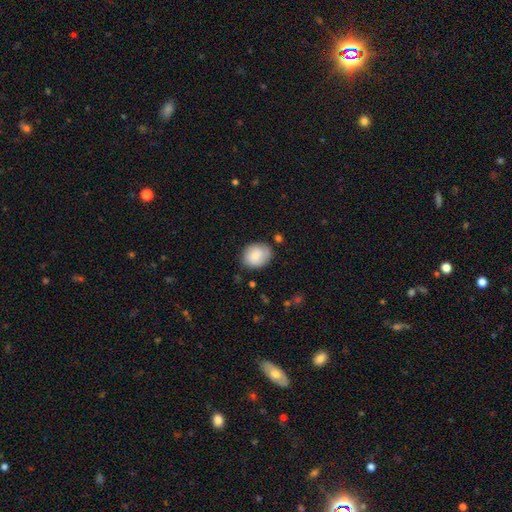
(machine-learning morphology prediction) This is likely a smooth galaxy (74%). How rounded: possibly round (55%). Merging: likely none (73%).